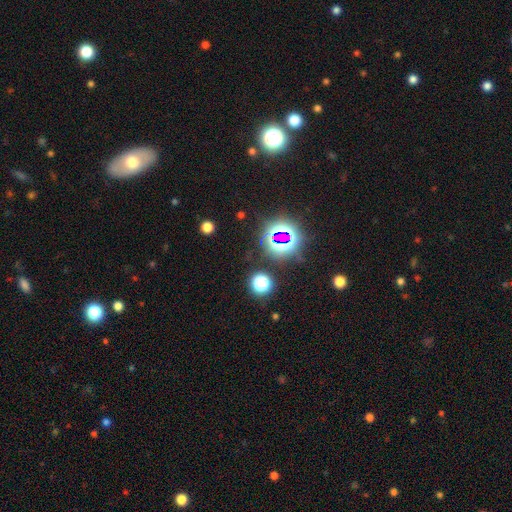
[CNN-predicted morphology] Q: Smooth or featured?
A: star or artifact (70%); runner-up: smooth (18%)